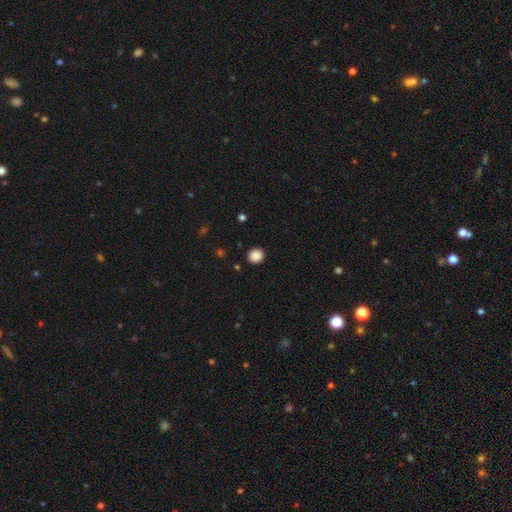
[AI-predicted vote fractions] Q: Smooth or featured?
A: smooth (88%); runner-up: star or artifact (10%)
Q: How rounded?
A: round (85%); runner-up: in between (14%)
Q: Merging?
A: none (91%); runner-up: minor disturbance (6%)